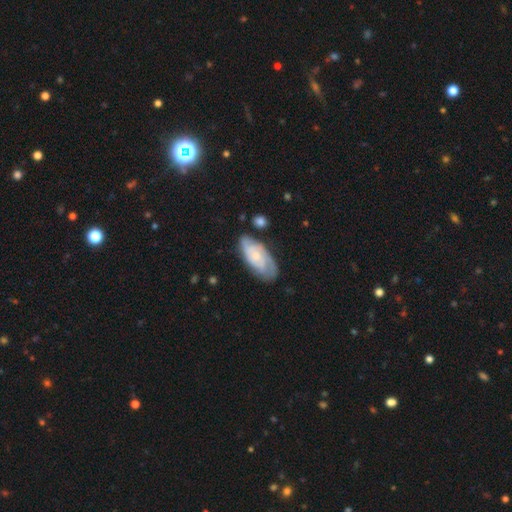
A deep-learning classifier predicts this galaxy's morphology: This appears to be a featured or disk galaxy (71%) with no bar (72%), 2 (38%) tight (57%) spiral arms (92%) and a small central bulge (63%). Merging: none (68%).